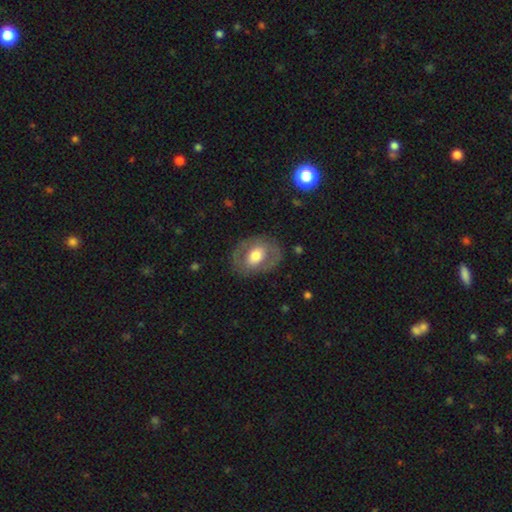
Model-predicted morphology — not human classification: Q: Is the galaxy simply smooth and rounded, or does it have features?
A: featured or disk — 47%, tied with smooth.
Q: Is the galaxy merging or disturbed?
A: none — 78%.